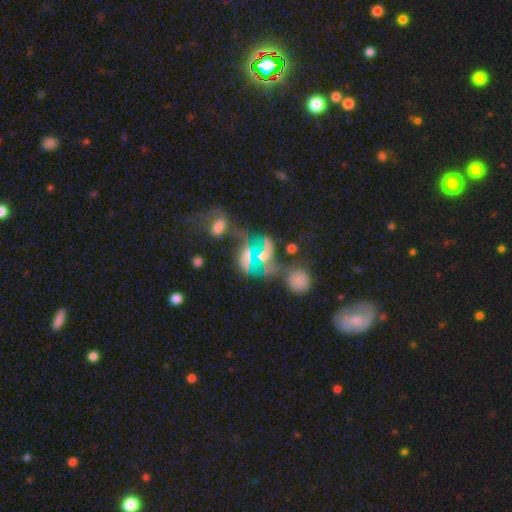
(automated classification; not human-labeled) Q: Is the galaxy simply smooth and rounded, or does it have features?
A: star or artifact — 43%.